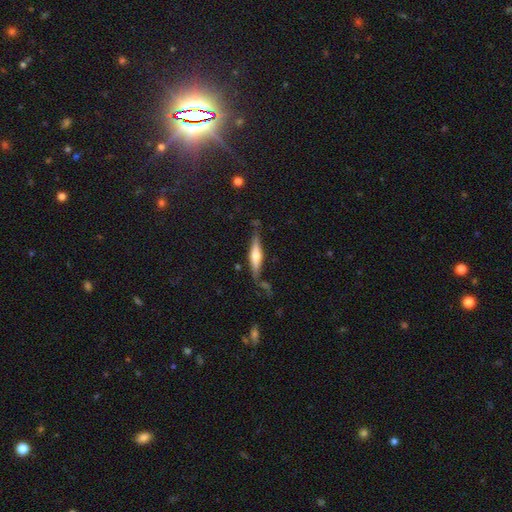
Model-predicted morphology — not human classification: The model was most divided on "smooth or featured": featured or disk: 57%, smooth: 37%, star or artifact: 6%. More confident: edge-on disk — yes (94%); edge-on bulge — rounded (82%); merging — none (74%).